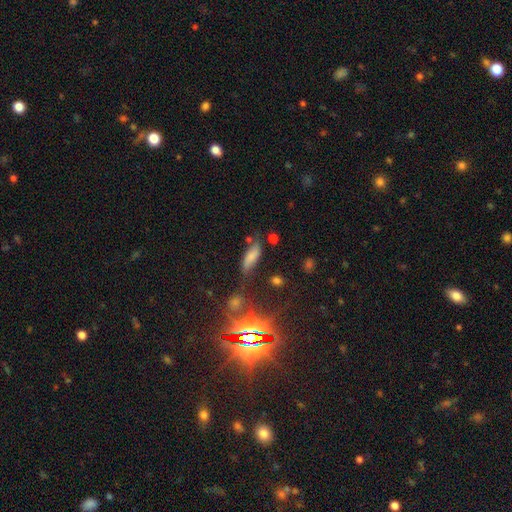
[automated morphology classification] A smooth galaxy with no disk features (65%) that is in between round and cigar-shaped (57%).

Vote fractions:
- Smooth or featured? smooth: 65% / star or artifact: 19% / featured or disk: 15%
- How rounded? in between: 57% / cigar-shaped: 39% / round: 4%
- Merging? none: 61% / minor disturbance: 23% / major disturbance: 8% / merger: 8%